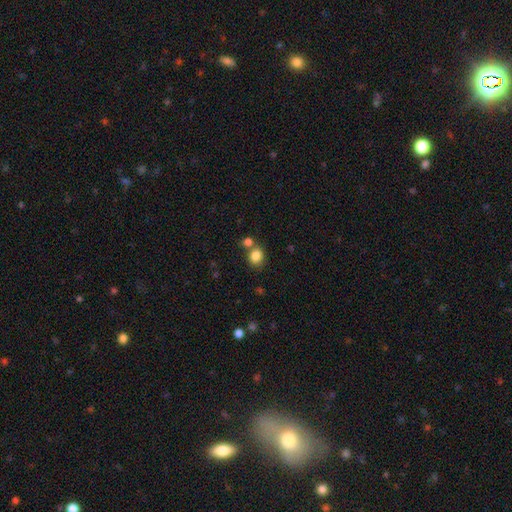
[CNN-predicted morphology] The model was most divided on "how rounded": round: 58%, in between: 41%, cigar-shaped: 1%. More confident: smooth or featured — smooth (84%); merging — none (59%).